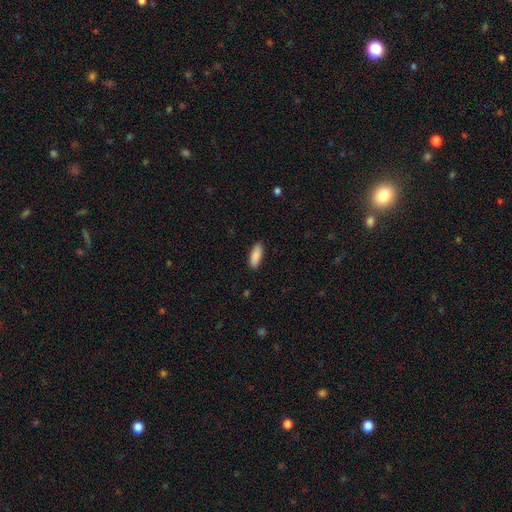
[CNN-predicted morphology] Q: Smooth or featured?
A: smooth (89%); runner-up: star or artifact (6%)
Q: How rounded?
A: in between (68%); runner-up: cigar-shaped (30%)
Q: Merging?
A: none (89%); runner-up: minor disturbance (8%)